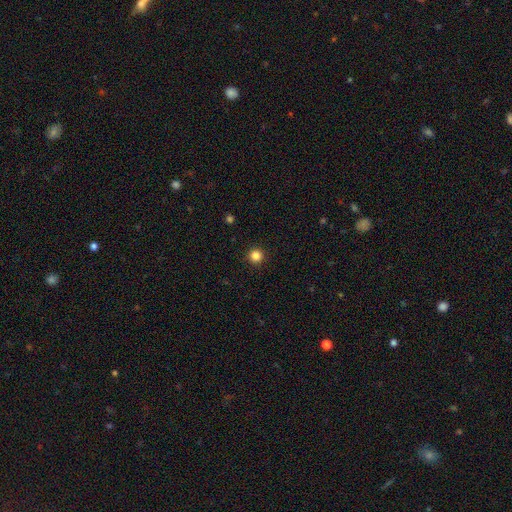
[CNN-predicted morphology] Overall: smooth (85%). How rounded: round (96%). Merging: none (93%).